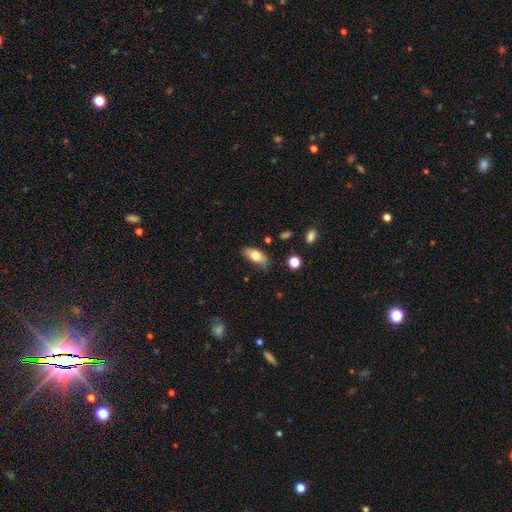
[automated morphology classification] smooth 73%, featured or disk 20%, star or artifact 7%. Down the decision tree: how rounded — in between (85%); merging — none (65%).